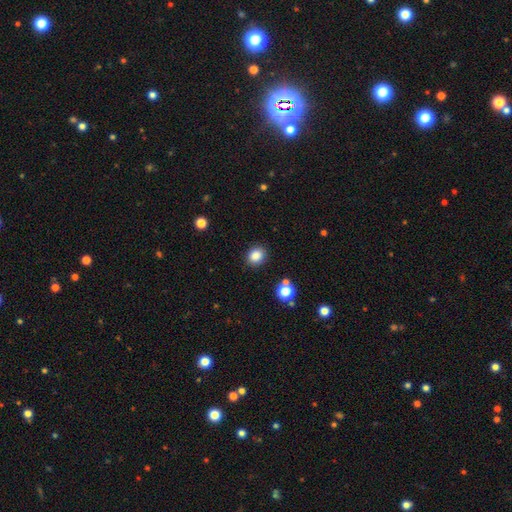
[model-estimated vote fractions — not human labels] Overall: smooth (86%). How rounded: round (65%; in between 34%). Merging: none (87%).